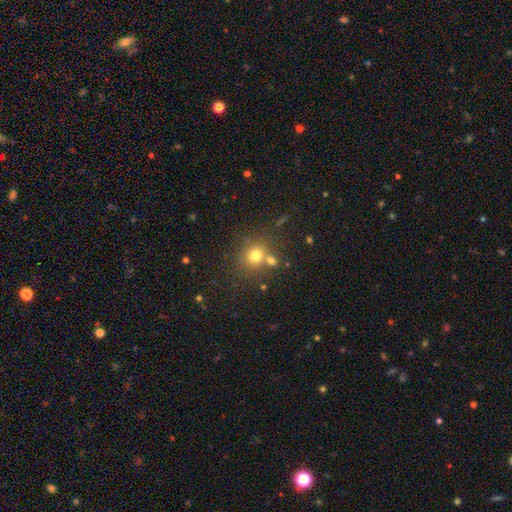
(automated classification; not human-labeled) smooth_or_featured: smooth (p=0.73) [alt: star or artifact p=0.15]
how_rounded: round (p=0.73) [alt: in between p=0.26]
merging: none (p=0.58) [alt: merger p=0.26]